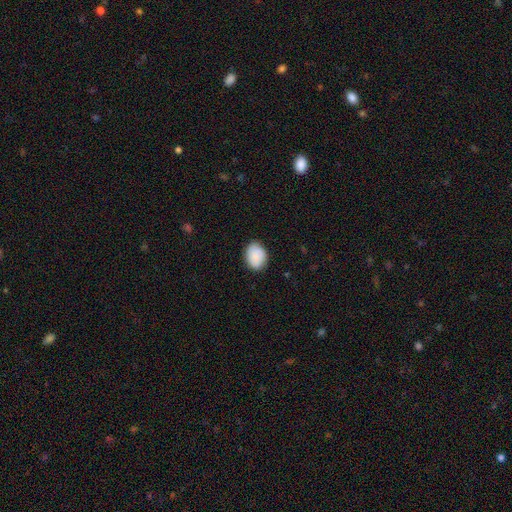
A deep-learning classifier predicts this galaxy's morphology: A smooth galaxy with no disk features (87%) that is in between round and cigar-shaped (65%).

Vote fractions:
- Smooth or featured? smooth: 87% / star or artifact: 7% / featured or disk: 6%
- How rounded? in between: 65% / round: 34% / cigar-shaped: 1%
- Merging? none: 79% / minor disturbance: 17% / major disturbance: 3% / merger: 1%